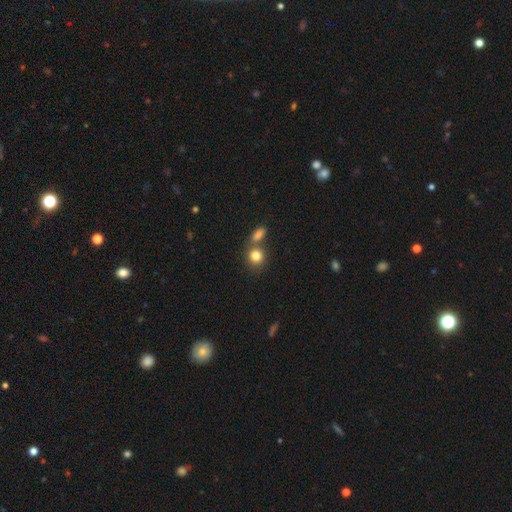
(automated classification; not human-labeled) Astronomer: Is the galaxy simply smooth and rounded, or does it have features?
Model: smooth — 82%.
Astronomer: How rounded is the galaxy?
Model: round — 76%.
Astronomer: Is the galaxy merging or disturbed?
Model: none — 56% (runner-up: merger, 31%).